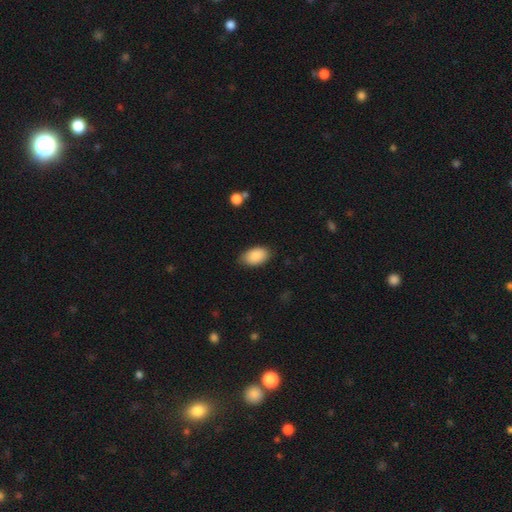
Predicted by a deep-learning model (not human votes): smooth_or_featured: smooth (p=0.88) [alt: star or artifact p=0.07]
how_rounded: in between (p=0.93) [alt: round p=0.06]
merging: none (p=0.80) [alt: minor disturbance p=0.16]